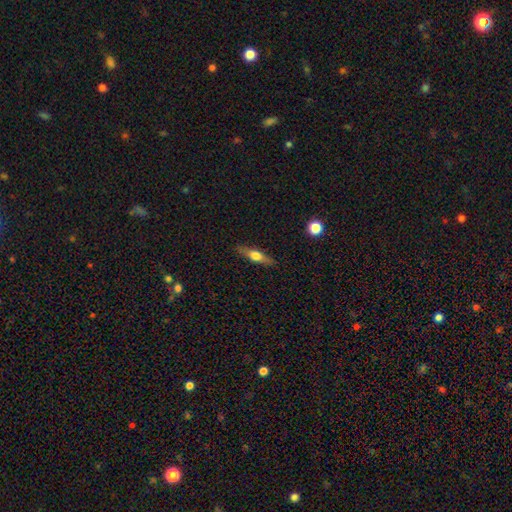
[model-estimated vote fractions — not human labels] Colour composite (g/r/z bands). It shows a featured or disk galaxy (48%). Merging: none (88%).